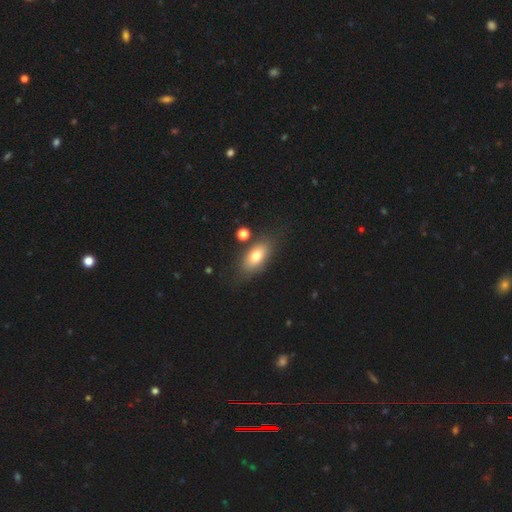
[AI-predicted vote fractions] This appears to be a smooth galaxy with no disk features (74%) that is in between round and cigar-shaped (86%). Merging: none (74%).